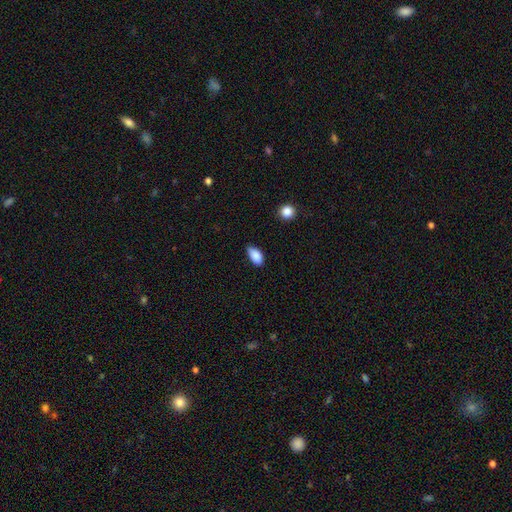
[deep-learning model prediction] Smooth or featured? smooth (88%)
How rounded? in between (92%)
Merging? none (67%)